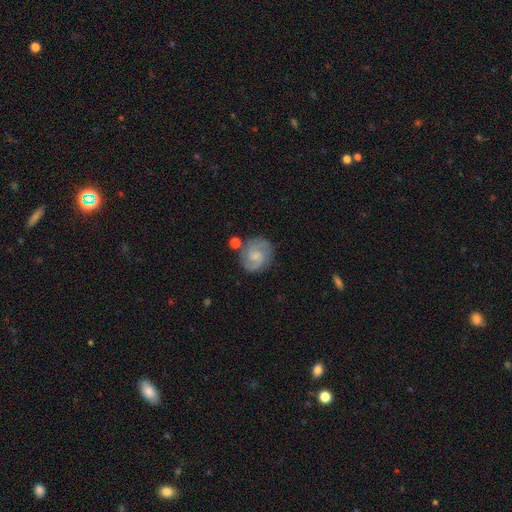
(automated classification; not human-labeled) A featured or disk galaxy (74%) with no bar (53%), 2 (84%) medium (48%) spiral arms (95%) and a small central bulge (49%).

Vote fractions:
- Smooth or featured? featured or disk: 74% / smooth: 19% / star or artifact: 7%
- Edge-on disk? no: 98% / yes: 2%
- Bar? no: 53% / weak: 41% / strong: 6%
- Spiral arms? yes: 95% / no: 5%
- Spiral winding? medium: 48% / tight: 38% / loose: 13%
- Spiral arm count? 2: 84% / can't tell: 7% / 3: 5% / 1: 2% / 4: 1% / more than 4: 1%
- Bulge size? small: 49% / moderate: 25% / none: 21% / large: 3% / dominant: 1%
- Merging? none: 75% / minor disturbance: 14% / merger: 6% / major disturbance: 5%